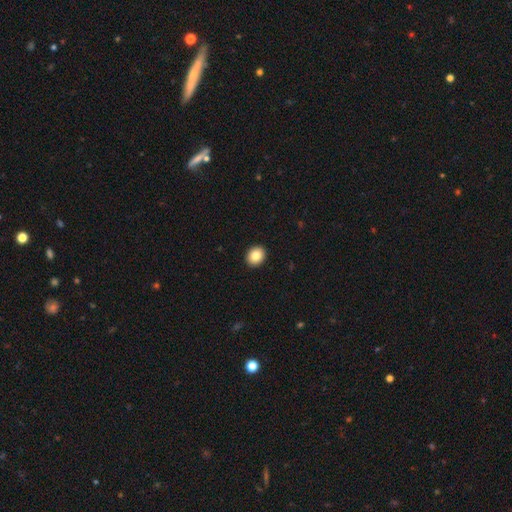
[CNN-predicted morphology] Smooth or featured?
  - smooth: 84% *
  - star or artifact: 9%
  - featured or disk: 8%
How rounded?
  - round: 65% *
  - in between: 34%
  - cigar-shaped: 1%
Merging?
  - none: 93% *
  - minor disturbance: 5%
  - major disturbance: 1%
  - merger: 1%